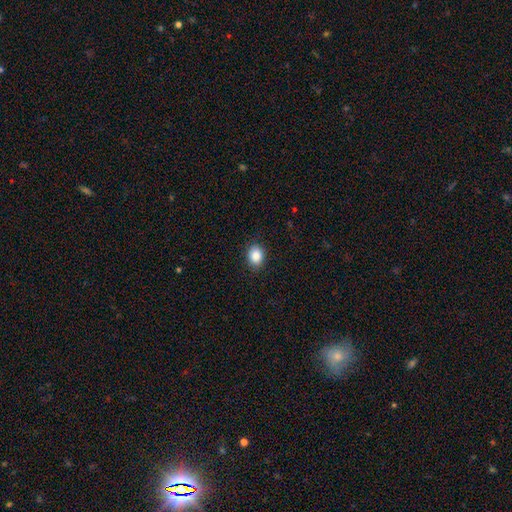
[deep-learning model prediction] This appears to be a smooth galaxy with no disk features (87%) that is in between round and cigar-shaped (53%). Merging: none (88%).